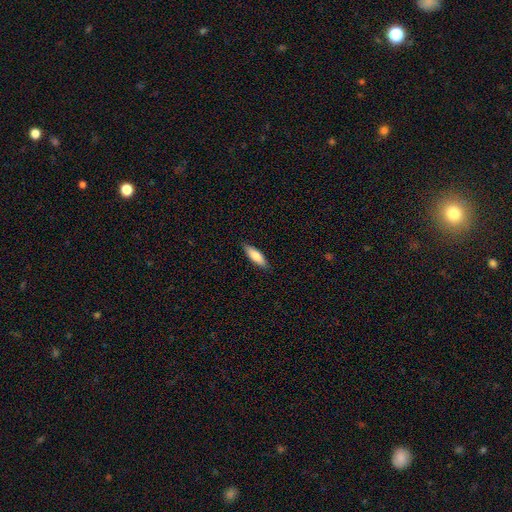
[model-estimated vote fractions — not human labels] Smooth or featured: smooth — 78% (featured or disk — 16%)
How rounded: in between — 53% (cigar-shaped — 46%)
Merging: none — 88% (minor disturbance — 9%)